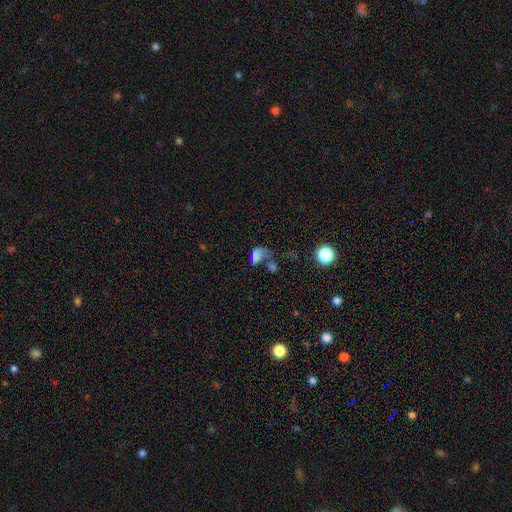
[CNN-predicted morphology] This is possibly a smooth galaxy (58%). How rounded: likely in between (79%). Merging: marginally major disturbance (32%).